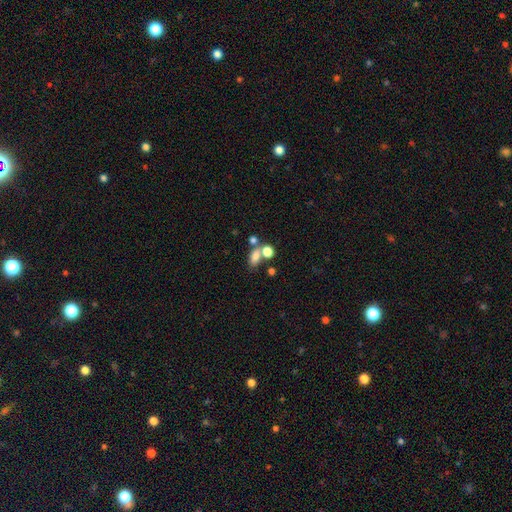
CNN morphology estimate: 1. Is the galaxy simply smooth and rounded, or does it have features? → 75% smooth, 13% star or artifact, 11% featured or disk.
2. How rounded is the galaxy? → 75% in between, 22% round, 3% cigar-shaped.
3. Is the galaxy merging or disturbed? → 42% merger, 41% none, 10% minor disturbance, 7% major disturbance.